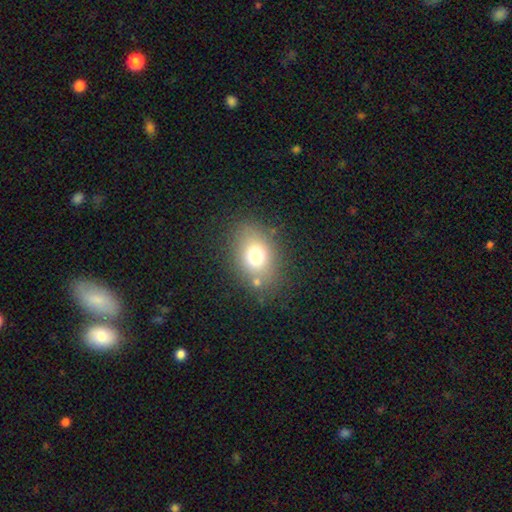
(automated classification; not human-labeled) A smooth galaxy with no disk features (71%) that is in between round and cigar-shaped (65%).

Vote fractions:
- Smooth or featured? smooth: 71% / featured or disk: 15% / star or artifact: 14%
- How rounded? in between: 65% / round: 33% / cigar-shaped: 1%
- Merging? none: 76% / minor disturbance: 13% / major disturbance: 6% / merger: 6%